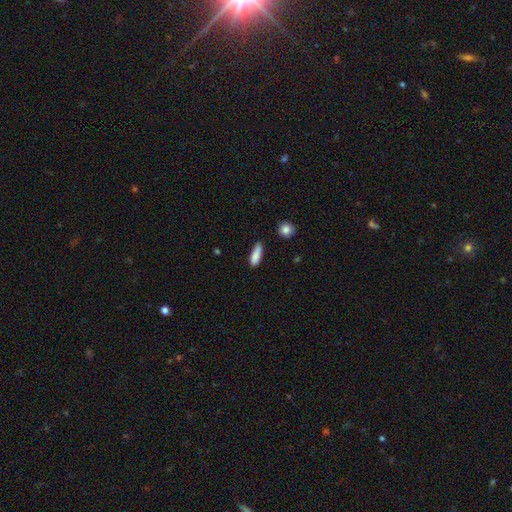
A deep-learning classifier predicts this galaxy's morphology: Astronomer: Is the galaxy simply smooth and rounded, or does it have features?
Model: smooth — 86%.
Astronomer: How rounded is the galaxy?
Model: in between — 50% (runner-up: cigar-shaped, 48%).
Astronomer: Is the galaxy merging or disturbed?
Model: none — 69%.